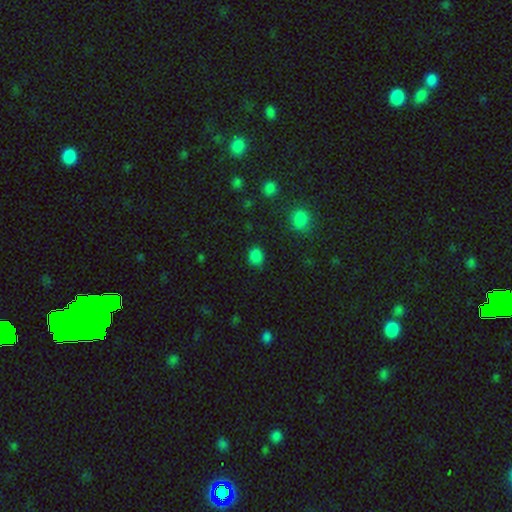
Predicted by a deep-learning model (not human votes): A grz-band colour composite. It shows a smooth galaxy with no disk features (83%) that is round (56%). Merging: none (80%).